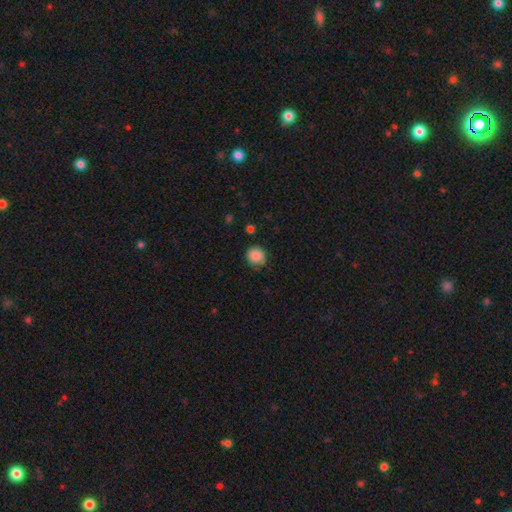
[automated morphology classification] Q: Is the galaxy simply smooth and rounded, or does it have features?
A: smooth — 87%.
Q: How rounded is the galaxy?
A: round — 88%.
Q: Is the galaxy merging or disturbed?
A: none — 79%.